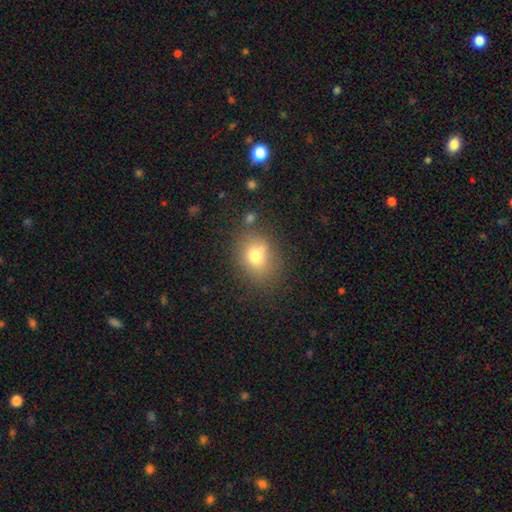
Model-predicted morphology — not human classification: smooth 71%, featured or disk 16%, star or artifact 13%. Down the decision tree: how rounded — in between (49%, tied with round); merging — none (63%).